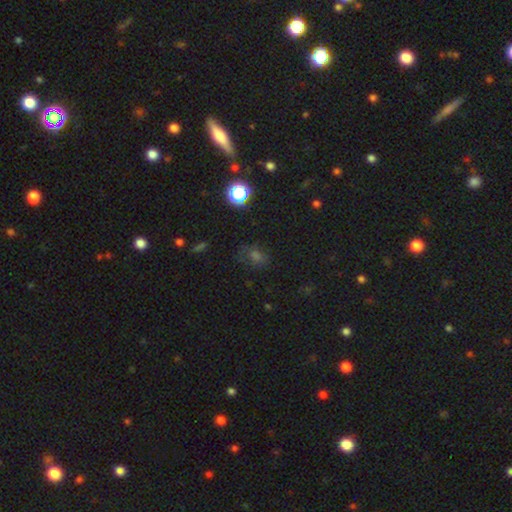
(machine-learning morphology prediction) Smooth or featured? Predicted: smooth (p=0.51). How rounded? Predicted: in between (p=0.51). Merging? Predicted: none (p=0.64).